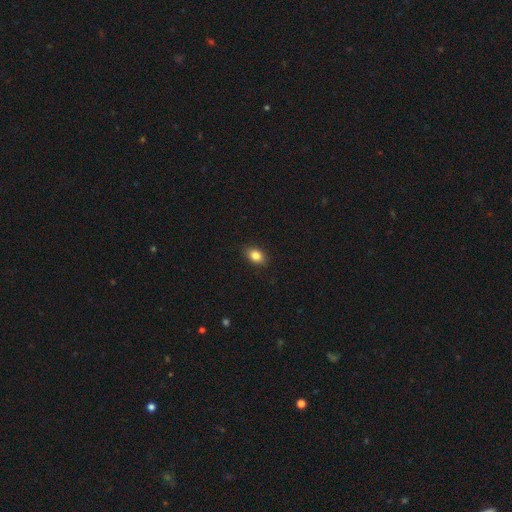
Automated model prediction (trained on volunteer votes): Smooth or featured? Predicted: smooth (p=0.84). How rounded? Predicted: in between (p=0.80). Merging? Predicted: none (p=0.87).